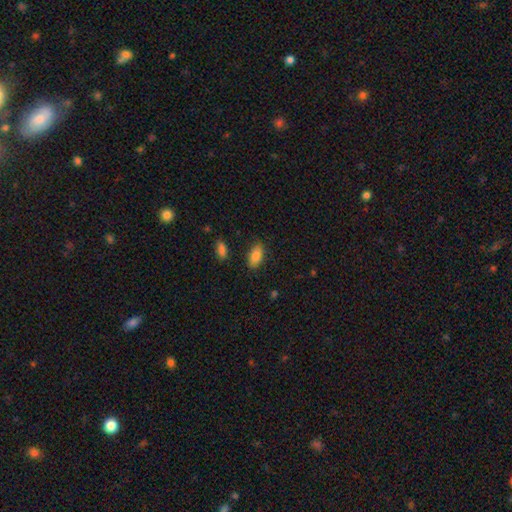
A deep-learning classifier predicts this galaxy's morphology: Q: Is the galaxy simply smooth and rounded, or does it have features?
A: smooth — 86%.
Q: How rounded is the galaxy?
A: in between — 90%.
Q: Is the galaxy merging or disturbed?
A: none — 83%.